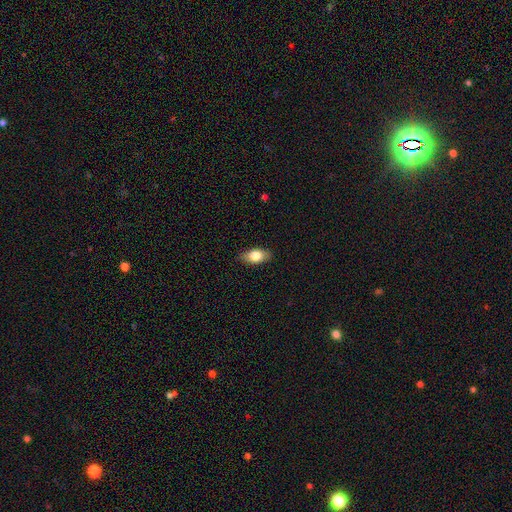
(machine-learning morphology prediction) smooth_or_featured: smooth (p=0.78) [alt: featured or disk p=0.15]
how_rounded: in between (p=0.88) [alt: round p=0.06]
merging: none (p=0.87) [alt: minor disturbance p=0.10]